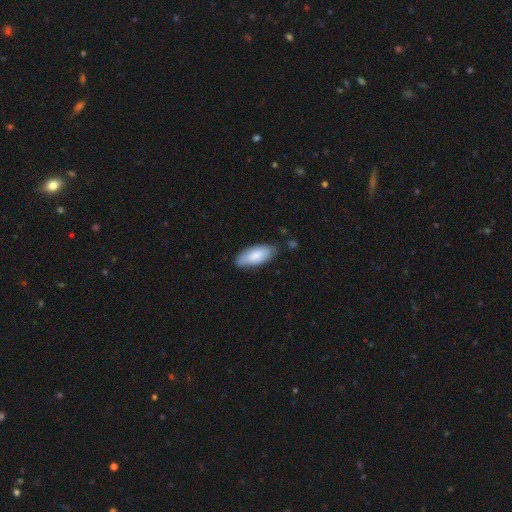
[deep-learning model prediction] Smooth or featured: smooth — 82% (featured or disk — 12%)
How rounded: in between — 84% (cigar-shaped — 14%)
Merging: none — 78% (minor disturbance — 18%)